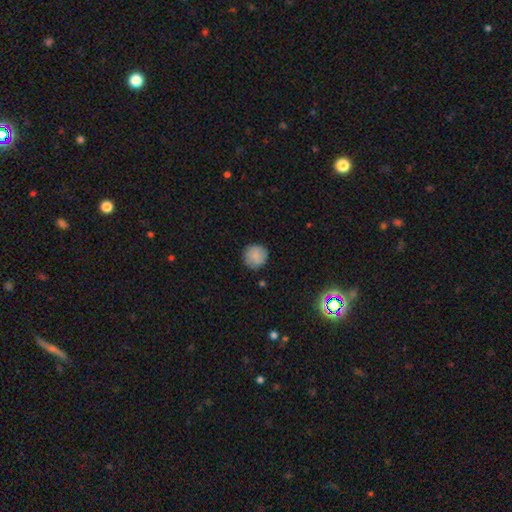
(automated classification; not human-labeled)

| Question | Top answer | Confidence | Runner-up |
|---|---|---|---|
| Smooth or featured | smooth | 85% | star or artifact (8%) |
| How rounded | round | 94% | in between (5%) |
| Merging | none | 87% | minor disturbance (10%) |